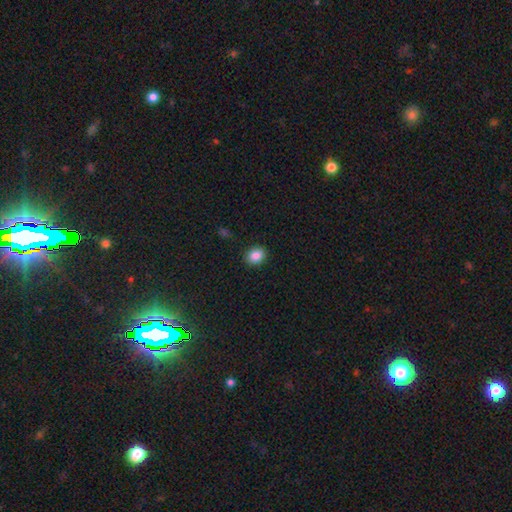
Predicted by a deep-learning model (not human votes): Morphology: type=smooth (86%); roundness=round (54%); merging=none (91%).